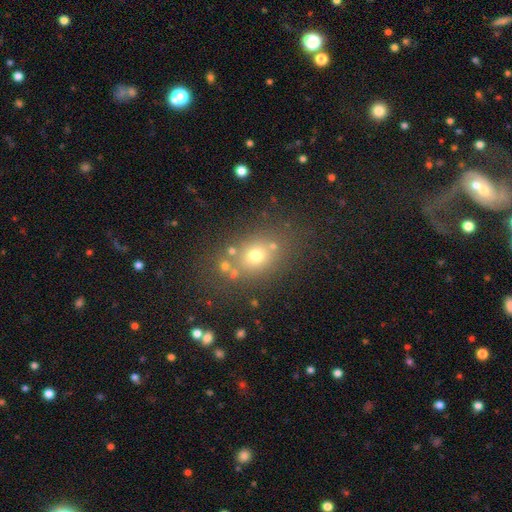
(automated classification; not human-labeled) Smooth or featured?
  - smooth: 64% *
  - star or artifact: 21%
  - featured or disk: 15%
How rounded?
  - in between: 51% *
  - round: 47%
  - cigar-shaped: 2%
Merging?
  - none: 71% *
  - minor disturbance: 13%
  - merger: 10%
  - major disturbance: 6%